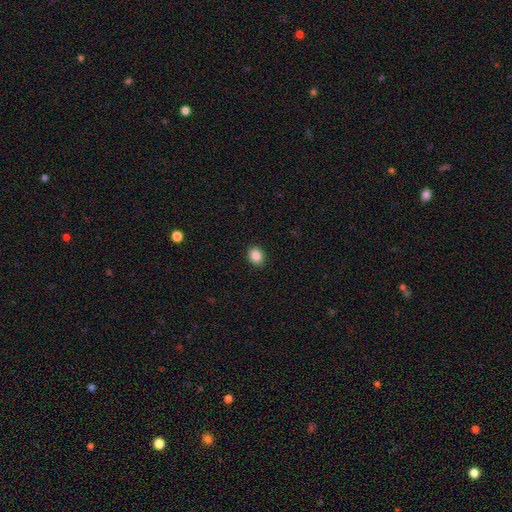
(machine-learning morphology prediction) Overall: smooth (87%). How rounded: in between (54%; round 45%). Merging: none (91%).